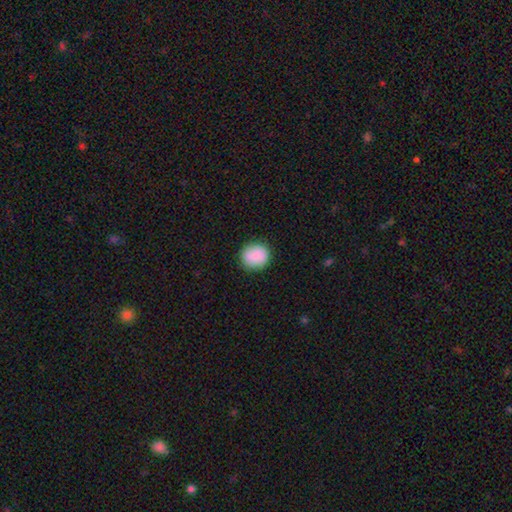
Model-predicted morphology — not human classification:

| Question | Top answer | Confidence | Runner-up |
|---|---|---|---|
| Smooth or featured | smooth | 86% | star or artifact (7%) |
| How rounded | round | 84% | in between (15%) |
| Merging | none | 85% | minor disturbance (11%) |